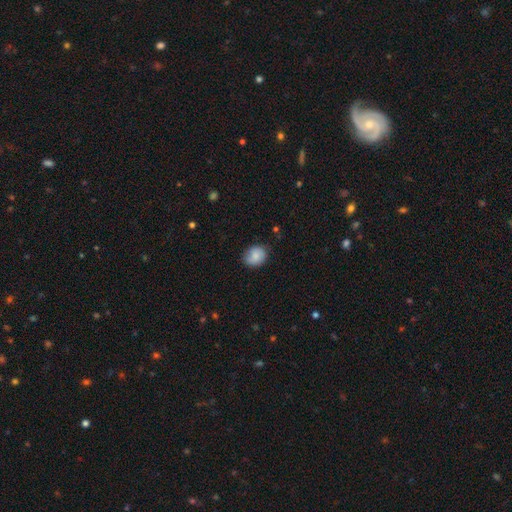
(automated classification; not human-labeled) smooth-or-featured: smooth: 79% | featured or disk: 14% | star or artifact: 8%
  how-rounded: round: 61% | in between: 38% | cigar-shaped: 1%
  merging: none: 77% | minor disturbance: 18% | major disturbance: 4% | merger: 1%